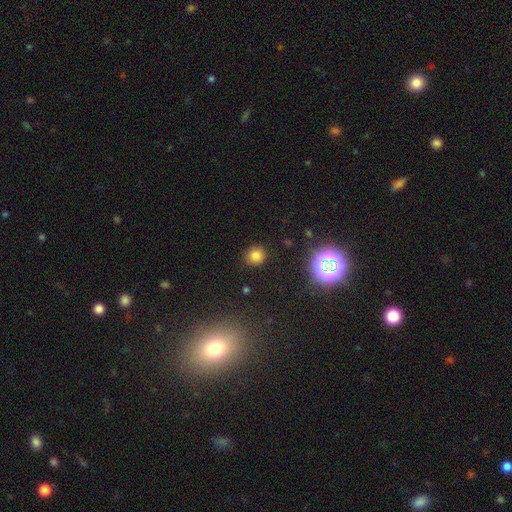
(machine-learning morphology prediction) Q: Smooth or featured?
A: smooth (78%); runner-up: star or artifact (16%)
Q: How rounded?
A: round (84%); runner-up: in between (15%)
Q: Merging?
A: none (87%); runner-up: minor disturbance (9%)